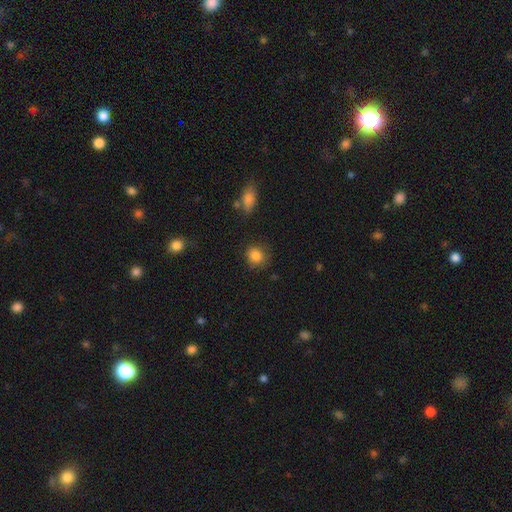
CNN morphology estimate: Smooth or featured?
  - smooth: 85% *
  - star or artifact: 10%
  - featured or disk: 6%
How rounded?
  - round: 79% *
  - in between: 20%
  - cigar-shaped: 1%
Merging?
  - none: 78% *
  - minor disturbance: 16%
  - major disturbance: 4%
  - merger: 2%